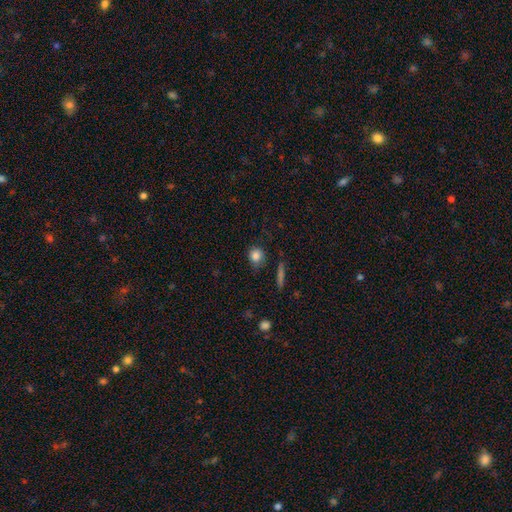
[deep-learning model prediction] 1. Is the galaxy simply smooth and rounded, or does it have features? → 84% smooth, 10% star or artifact, 6% featured or disk.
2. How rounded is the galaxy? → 82% round, 16% in between, 2% cigar-shaped.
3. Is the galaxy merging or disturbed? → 73% none, 19% minor disturbance, 5% major disturbance, 3% merger.